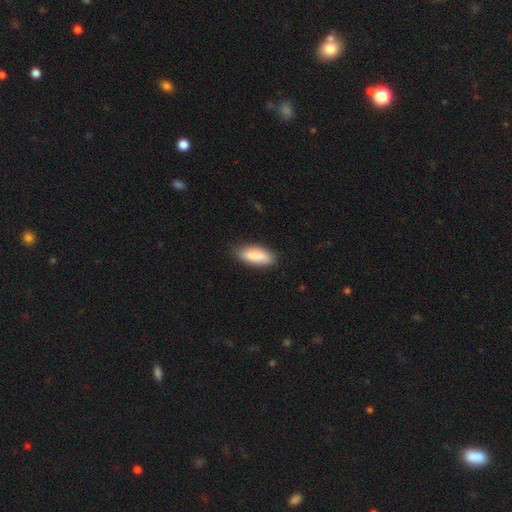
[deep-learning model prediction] The model was most divided on "how rounded": in between: 66%, cigar-shaped: 32%, round: 2%. More confident: smooth or featured — smooth (85%); merging — none (81%).